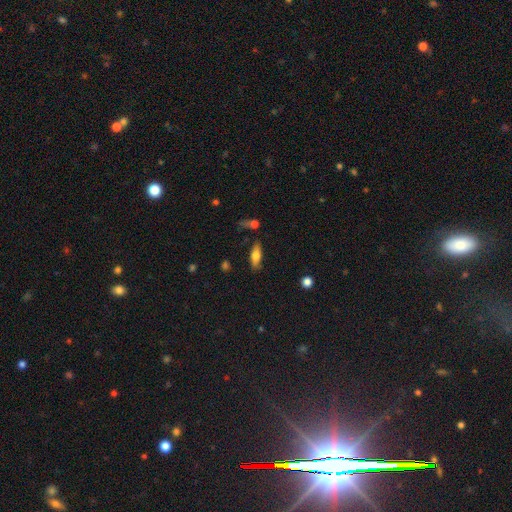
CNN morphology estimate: smooth_or_featured: smooth (p=0.68) [alt: featured or disk p=0.25]
how_rounded: in between (p=0.64) [alt: cigar-shaped p=0.33]
merging: none (p=0.75) [alt: minor disturbance p=0.16]